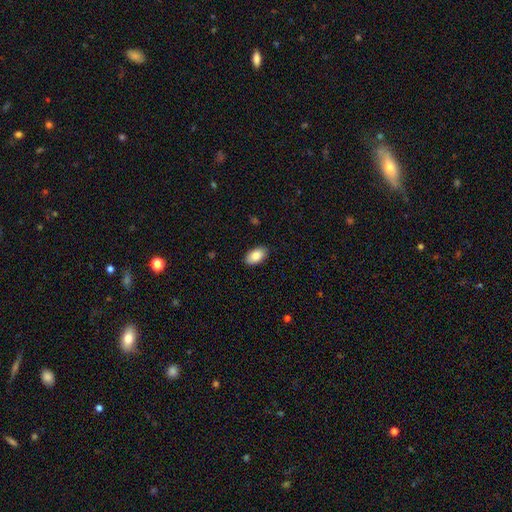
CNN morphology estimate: type=smooth (85%); roundness=in between (94%); merging=none (89%).